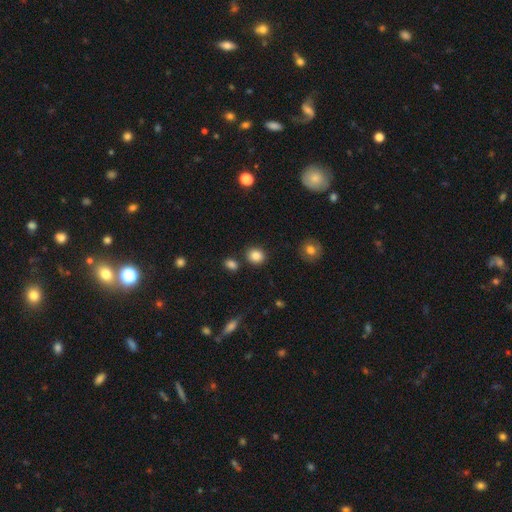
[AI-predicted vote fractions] Smooth or featured: smooth — 86% (star or artifact — 10%)
How rounded: round — 78% (in between — 21%)
Merging: none — 84% (minor disturbance — 8%)